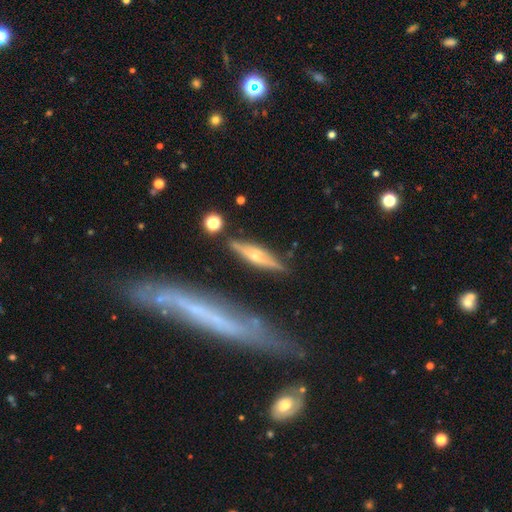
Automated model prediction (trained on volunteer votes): The model was most divided on "smooth or featured": featured or disk: 65%, smooth: 28%, star or artifact: 7%. More confident: edge-on disk — yes (88%); edge-on bulge — rounded (82%); merging — none (76%).